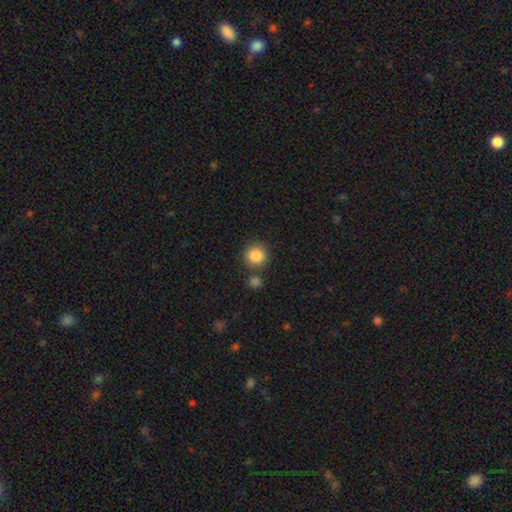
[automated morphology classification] Smooth or featured: smooth — 86% (star or artifact — 9%)
How rounded: round — 92% (in between — 7%)
Merging: none — 78% (merger — 11%)